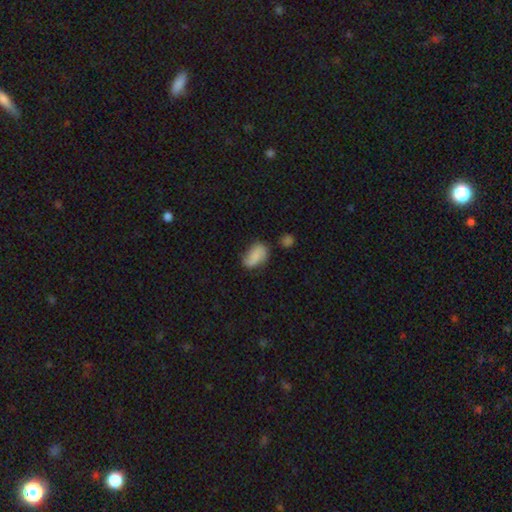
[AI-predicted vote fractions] Q: Smooth or featured?
A: smooth (72%); runner-up: featured or disk (19%)
Q: How rounded?
A: in between (89%); runner-up: round (8%)
Q: Merging?
A: none (53%); runner-up: minor disturbance (30%)